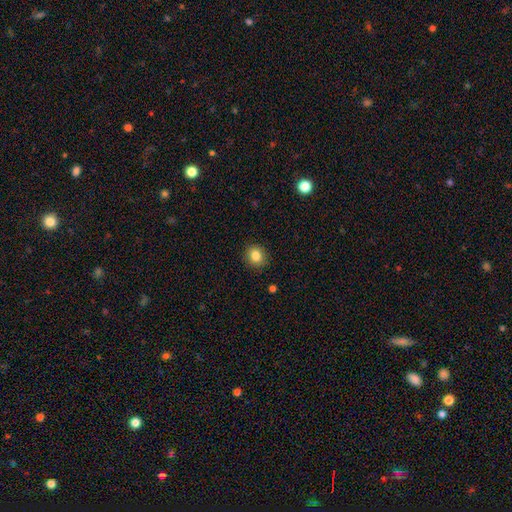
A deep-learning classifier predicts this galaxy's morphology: This is clearly a smooth galaxy (84%). How rounded: likely round (77%). Merging: clearly none (90%).